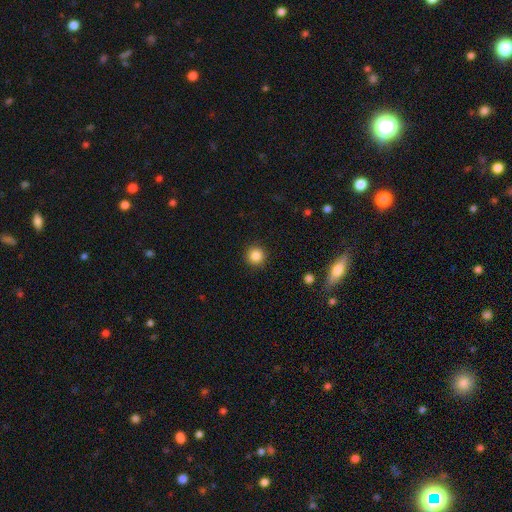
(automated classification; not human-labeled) The model was most divided on "smooth or featured": smooth: 85%, star or artifact: 11%, featured or disk: 4%. More confident: how rounded — round (95%); merging — none (91%).